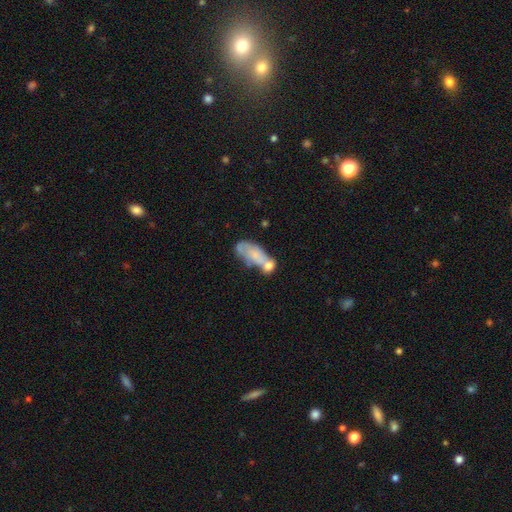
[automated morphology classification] A smooth galaxy with no disk features (56%) that is in between round and cigar-shaped (84%).

Vote fractions:
- Smooth or featured? smooth: 56% / featured or disk: 35% / star or artifact: 9%
- How rounded? in between: 84% / cigar-shaped: 11% / round: 5%
- Merging? merger: 50% / none: 19% / minor disturbance: 15% / major disturbance: 15%